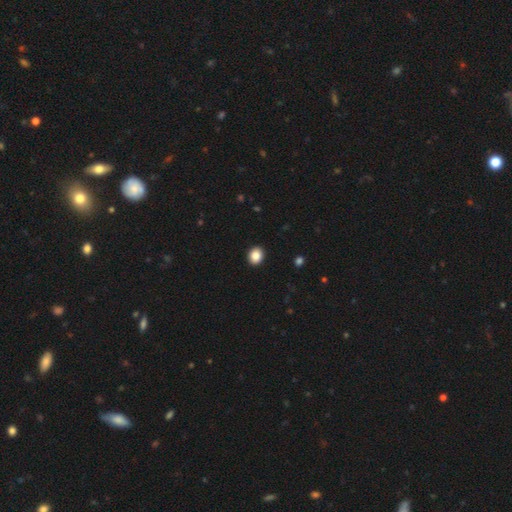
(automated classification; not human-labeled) Smooth or featured?
  - smooth: 88% *
  - star or artifact: 9%
  - featured or disk: 4%
How rounded?
  - round: 65% *
  - in between: 34%
  - cigar-shaped: 1%
Merging?
  - none: 92% *
  - minor disturbance: 5%
  - major disturbance: 2%
  - merger: 1%